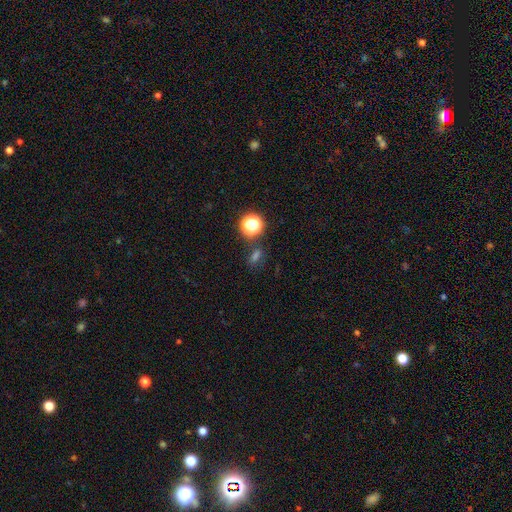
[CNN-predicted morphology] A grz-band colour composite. It shows a smooth galaxy with no disk features (49%). Merging: none (71%).